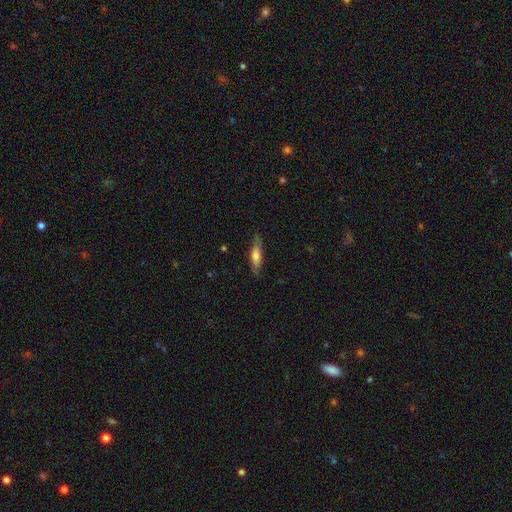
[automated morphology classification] Smooth or featured: smooth — 61% (featured or disk — 32%)
How rounded: cigar-shaped — 59% (in between — 39%)
Merging: none — 76% (minor disturbance — 18%)